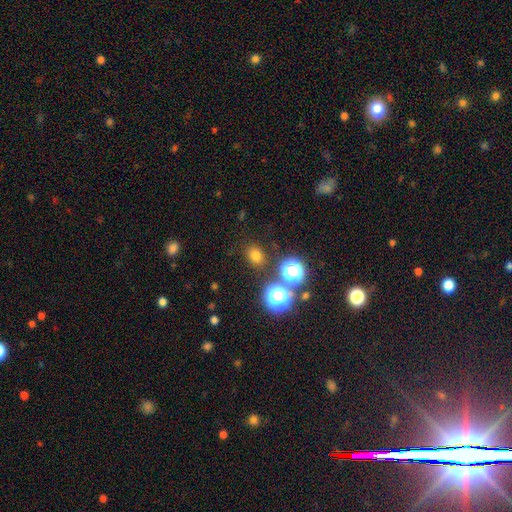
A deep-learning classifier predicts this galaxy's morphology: This is likely a smooth galaxy (71%). How rounded: likely round (62%). Merging: clearly none (83%).